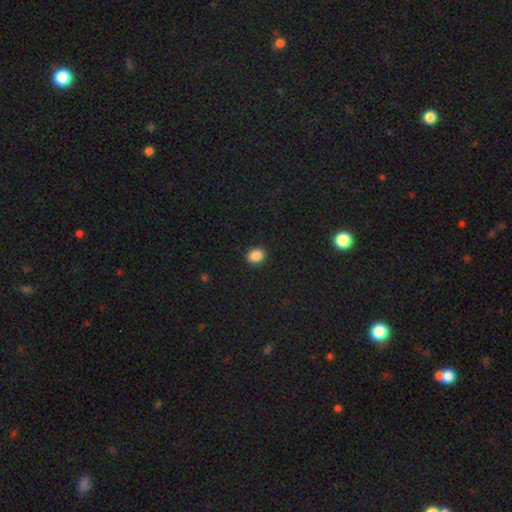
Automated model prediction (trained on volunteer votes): This appears to be a smooth galaxy with no disk features (88%) that is round (52%). Merging: none (91%).